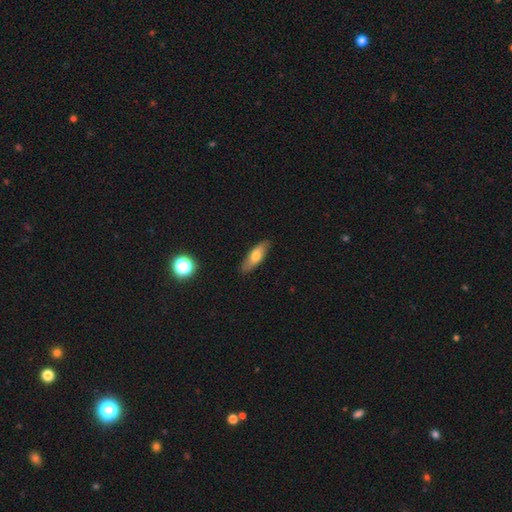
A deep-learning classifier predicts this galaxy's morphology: Smooth or featured?
  - smooth: 66% *
  - featured or disk: 27%
  - star or artifact: 7%
How rounded?
  - in between: 60% *
  - cigar-shaped: 37%
  - round: 3%
Merging?
  - none: 86% *
  - minor disturbance: 11%
  - major disturbance: 2%
  - merger: 1%